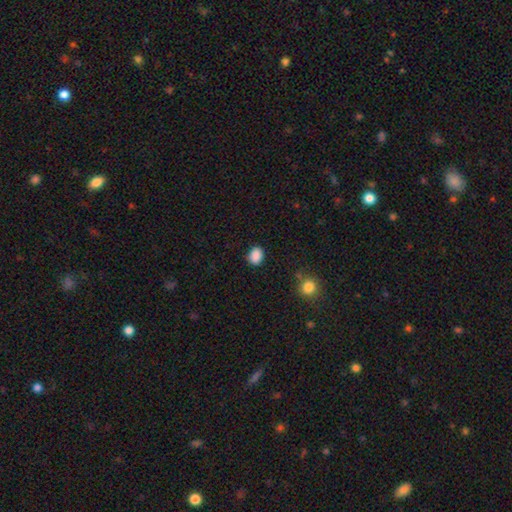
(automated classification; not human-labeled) This appears to be a smooth galaxy with no disk features (88%) that is in between round and cigar-shaped (53%). Merging: none (85%).